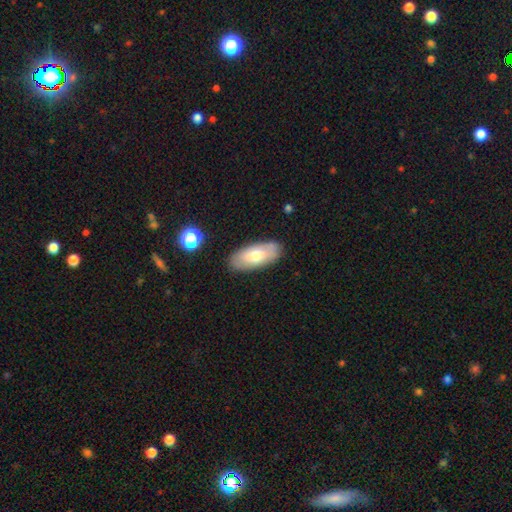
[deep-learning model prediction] smooth-or-featured: smooth: 64% | featured or disk: 29% | star or artifact: 6%
  how-rounded: in between: 88% | cigar-shaped: 10% | round: 2%
  merging: none: 84% | minor disturbance: 12% | major disturbance: 3% | merger: 2%